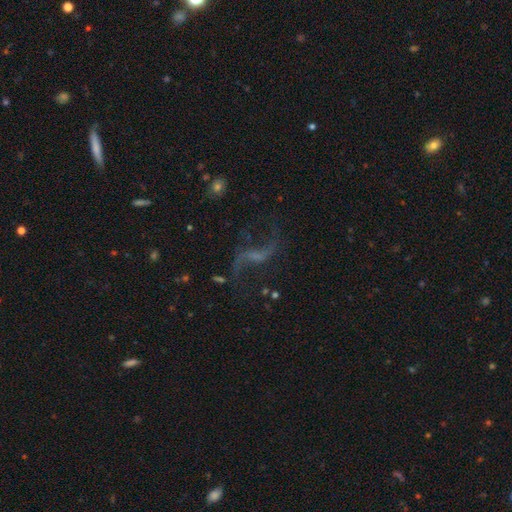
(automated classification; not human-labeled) Smooth or featured: featured or disk — 77% (star or artifact — 14%)
Edge-on disk: no — 94% (yes — 6%)
Bar: weak — 43% (no — 33%)
Spiral arms: yes — 91% (no — 9%)
Spiral winding: loose — 90% (medium — 8%)
Spiral arm count: 2 — 90% (1 — 4%)
Bulge size: none — 50% (small — 33%)
Merging: none — 66% (major disturbance — 16%)